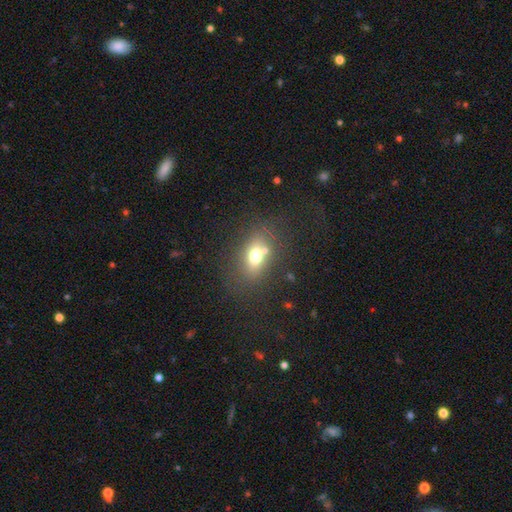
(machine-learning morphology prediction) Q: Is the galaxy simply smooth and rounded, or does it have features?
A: smooth — 67%.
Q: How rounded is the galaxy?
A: in between — 71%.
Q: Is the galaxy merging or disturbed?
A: none — 65%.